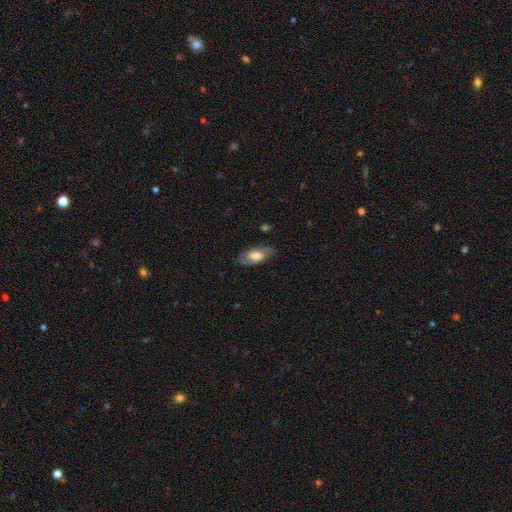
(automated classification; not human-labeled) Q: Smooth or featured?
A: smooth (54%); runner-up: featured or disk (39%)
Q: How rounded?
A: in between (87%); runner-up: cigar-shaped (10%)
Q: Merging?
A: none (77%); runner-up: minor disturbance (16%)